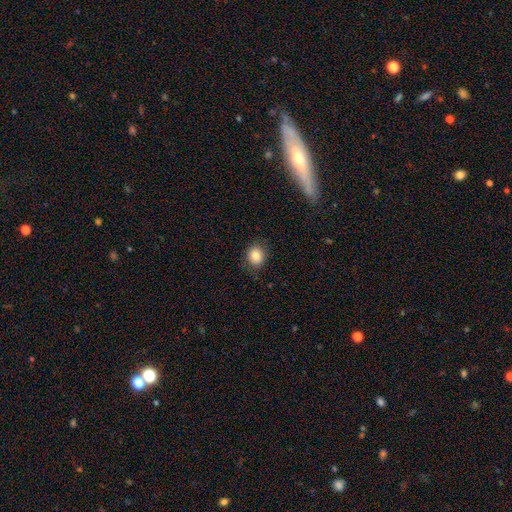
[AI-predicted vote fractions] smooth 83%, star or artifact 10%, featured or disk 8%. Down the decision tree: how rounded — round (69%); merging — none (83%).